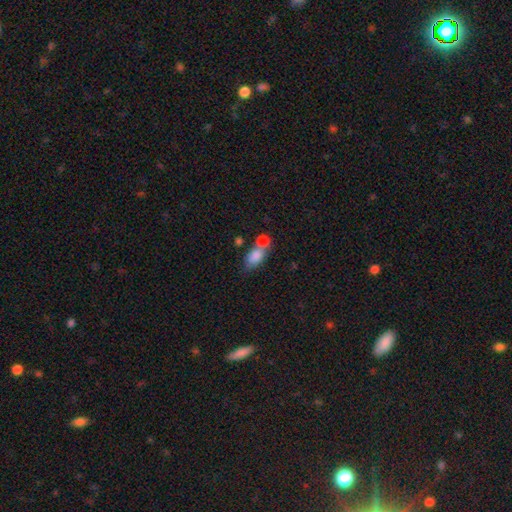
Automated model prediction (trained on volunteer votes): A smooth galaxy with no disk features (83%) that is in between round and cigar-shaped (81%). Merging: merger (46%).